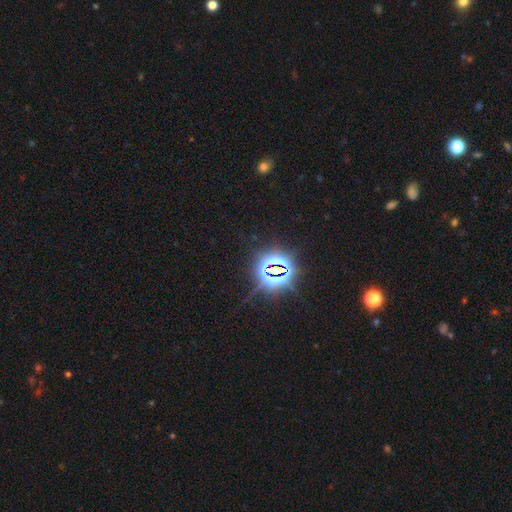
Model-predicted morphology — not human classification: A star or artifact, not a galaxy (82%).

Vote fractions:
- Smooth or featured? star or artifact: 82% / smooth: 12% / featured or disk: 6%